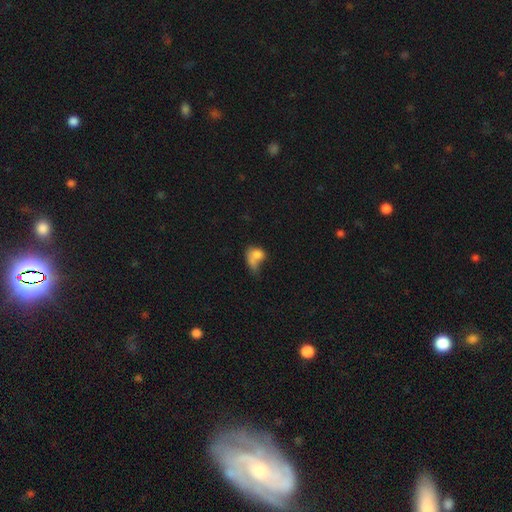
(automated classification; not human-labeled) A smooth galaxy with no disk features (71%) that is in between round and cigar-shaped (61%).

Vote fractions:
- Smooth or featured? smooth: 71% / featured or disk: 18% / star or artifact: 10%
- How rounded? in between: 61% / round: 36% / cigar-shaped: 3%
- Merging? merger: 37% / major disturbance: 29% / none: 20% / minor disturbance: 15%